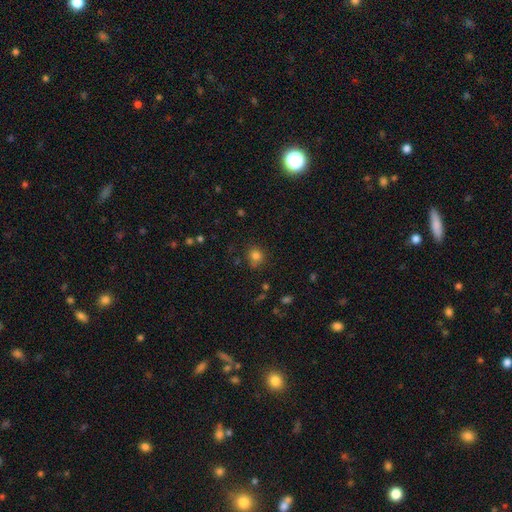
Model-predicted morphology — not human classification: Overall: smooth (80%). How rounded: round (82%). Merging: none (77%).